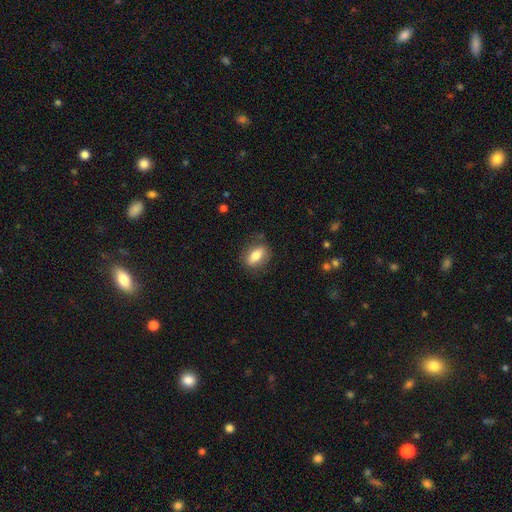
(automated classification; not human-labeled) A smooth galaxy with no disk features (79%) that is in between round and cigar-shaped (82%).

Vote fractions:
- Smooth or featured? smooth: 79% / featured or disk: 13% / star or artifact: 7%
- How rounded? in between: 82% / cigar-shaped: 10% / round: 8%
- Merging? none: 80% / minor disturbance: 14% / major disturbance: 4% / merger: 1%